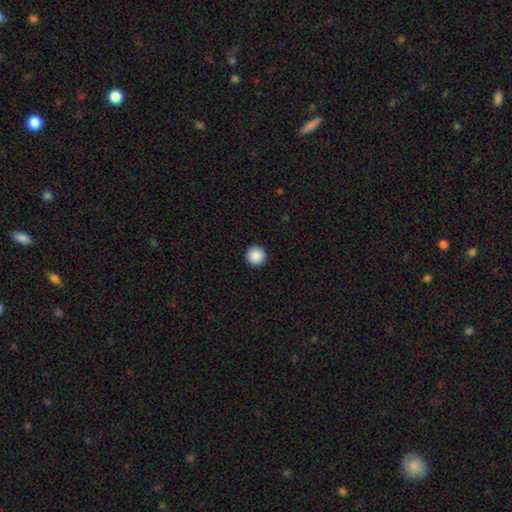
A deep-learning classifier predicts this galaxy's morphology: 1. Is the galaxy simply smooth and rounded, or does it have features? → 89% smooth, 8% star or artifact, 3% featured or disk.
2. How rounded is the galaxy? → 96% round, 3% in between, 1% cigar-shaped.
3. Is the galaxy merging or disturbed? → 93% none, 4% minor disturbance, 1% major disturbance, 1% merger.